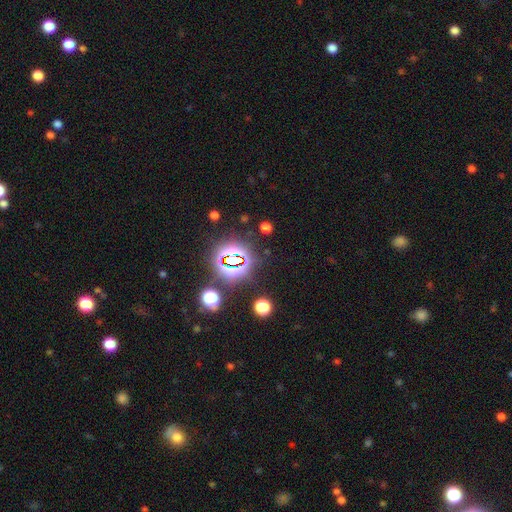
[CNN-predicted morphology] Smooth or featured: star or artifact — 79% (smooth — 13%)